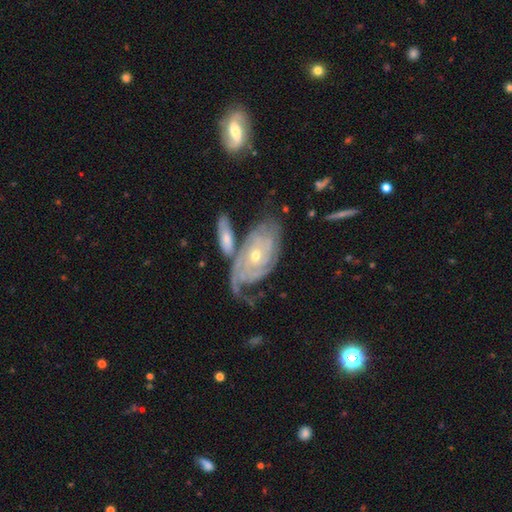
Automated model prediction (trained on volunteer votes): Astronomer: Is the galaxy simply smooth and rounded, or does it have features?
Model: featured or disk — 87%.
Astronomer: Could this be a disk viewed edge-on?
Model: no — 94%.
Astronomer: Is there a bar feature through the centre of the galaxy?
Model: no — 72%.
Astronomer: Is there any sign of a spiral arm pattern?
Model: yes — 96%.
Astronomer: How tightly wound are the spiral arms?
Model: tight — 73%.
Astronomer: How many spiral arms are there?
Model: can't tell — 36% (runner-up: 2, 21%).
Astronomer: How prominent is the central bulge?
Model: small — 53% (runner-up: moderate, 44%).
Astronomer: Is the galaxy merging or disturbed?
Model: none — 47%.